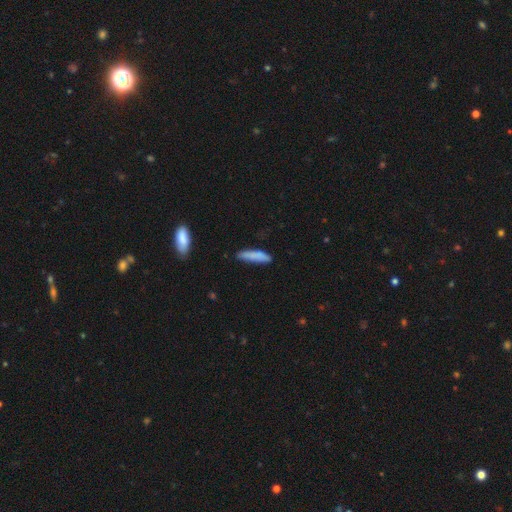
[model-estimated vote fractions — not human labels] Overall: smooth (82%). How rounded: cigar-shaped (80%). Merging: none (75%).